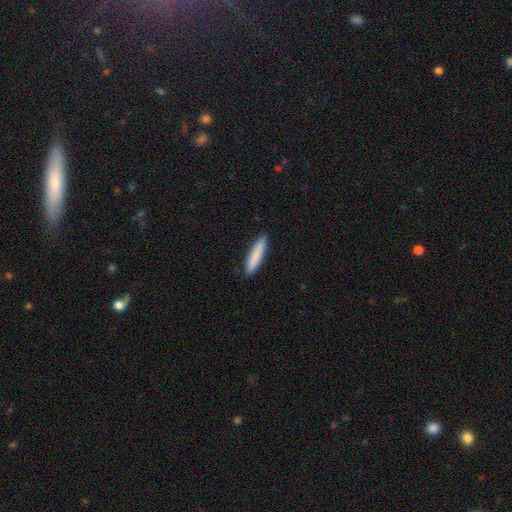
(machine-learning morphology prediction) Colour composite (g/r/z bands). It shows a smooth galaxy with no disk features (84%) that is cigar-shaped (84%). Merging: none (90%).